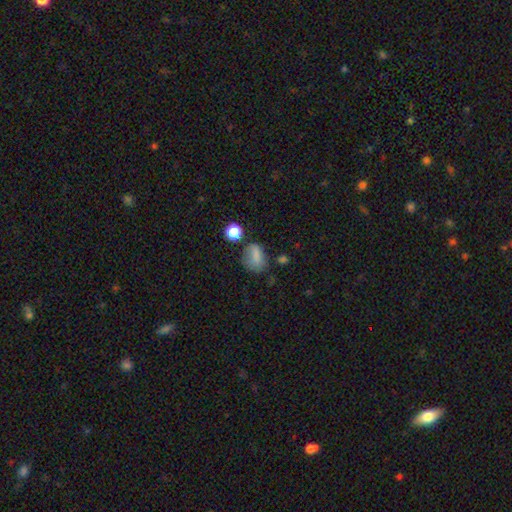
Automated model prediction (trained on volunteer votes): This is likely a smooth galaxy (76%). How rounded: likely in between (66%). Merging: possibly none (49%).